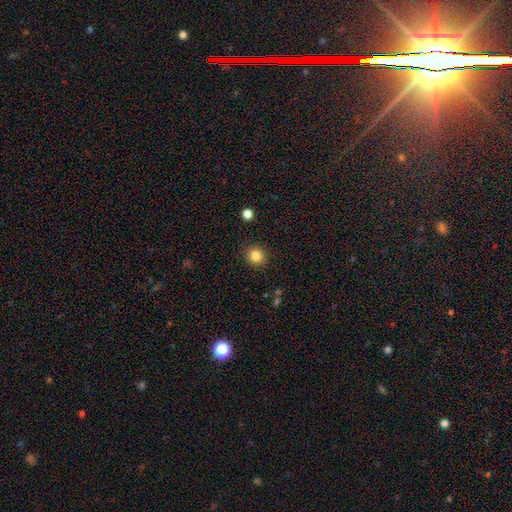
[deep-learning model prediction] Smooth or featured? smooth (84%)
How rounded? round (88%)
Merging? none (90%)